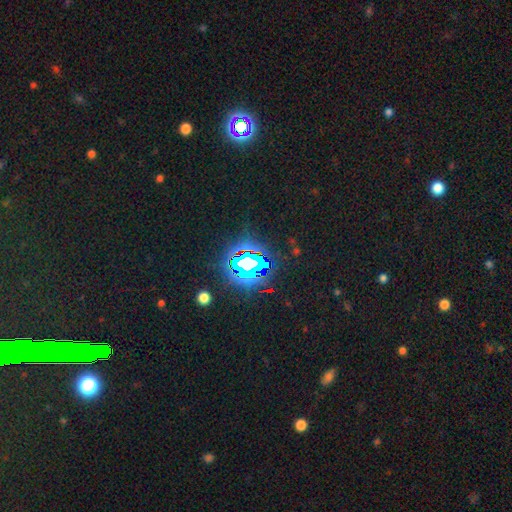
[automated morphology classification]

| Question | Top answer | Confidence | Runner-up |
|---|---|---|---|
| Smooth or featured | star or artifact | 83% | smooth (10%) |